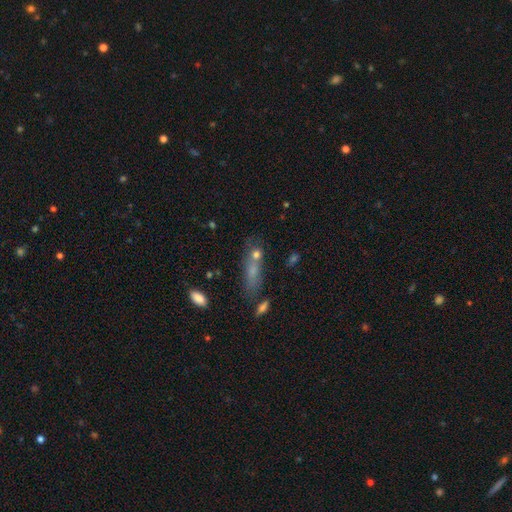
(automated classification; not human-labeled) This appears to be a smooth galaxy with no disk features (59%) that is cigar-shaped (44%). Merging: none (46%).